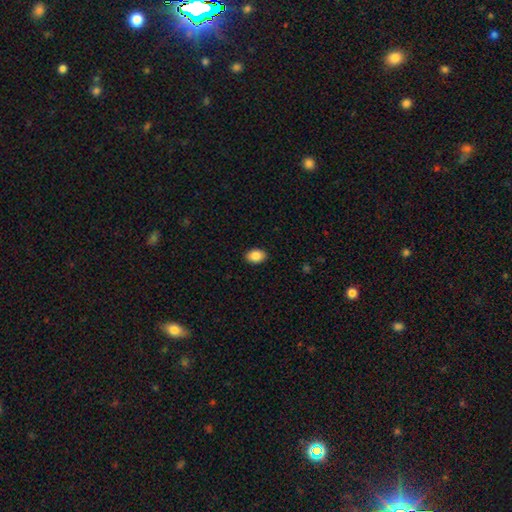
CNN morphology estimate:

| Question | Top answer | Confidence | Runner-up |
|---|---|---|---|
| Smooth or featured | smooth | 86% | star or artifact (8%) |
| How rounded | in between | 82% | round (17%) |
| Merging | none | 90% | minor disturbance (7%) |